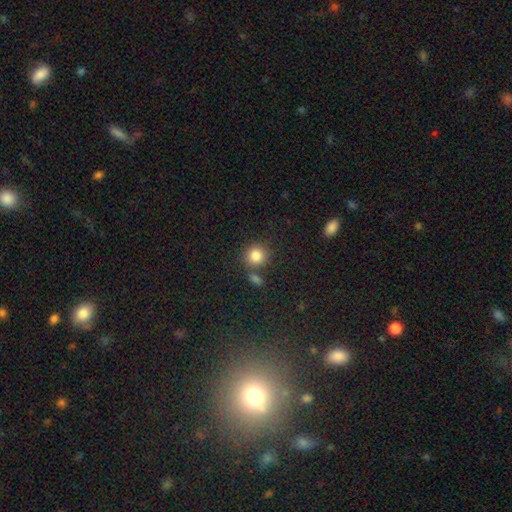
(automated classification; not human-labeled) Q: Smooth or featured?
A: smooth (84%); runner-up: star or artifact (10%)
Q: How rounded?
A: round (87%); runner-up: in between (12%)
Q: Merging?
A: none (70%); runner-up: merger (17%)